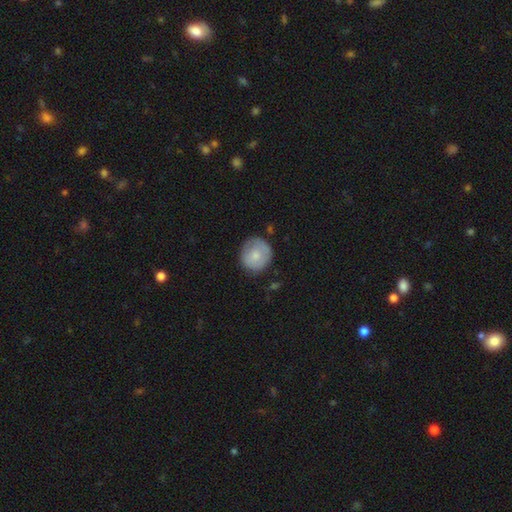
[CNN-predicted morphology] smooth 74%, featured or disk 20%, star or artifact 6%. Down the decision tree: how rounded — round (89%); merging — none (76%).